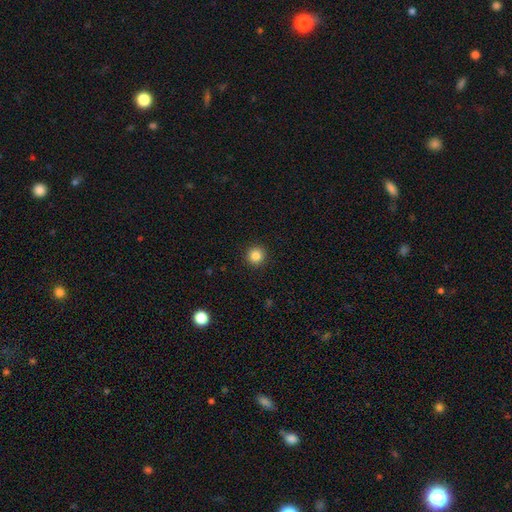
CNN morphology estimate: A smooth galaxy with no disk features (85%) that is round (95%).

Vote fractions:
- Smooth or featured? smooth: 85% / star or artifact: 11% / featured or disk: 4%
- How rounded? round: 95% / in between: 4% / cigar-shaped: 1%
- Merging? none: 93% / minor disturbance: 5% / major disturbance: 2% / merger: 1%